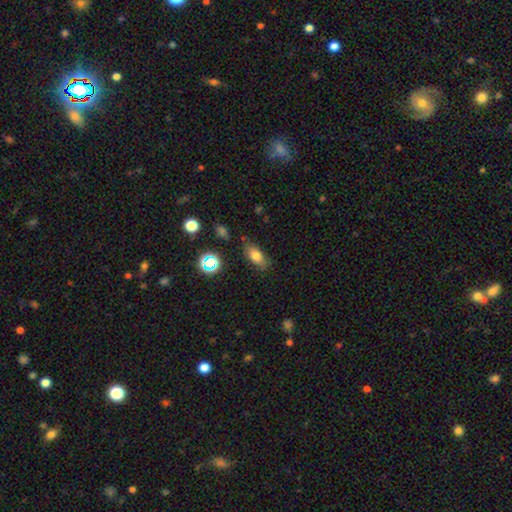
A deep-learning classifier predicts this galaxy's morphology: Smooth or featured? Predicted: smooth (p=0.72). How rounded? Predicted: in between (p=0.79). Merging? Predicted: none (p=0.77).